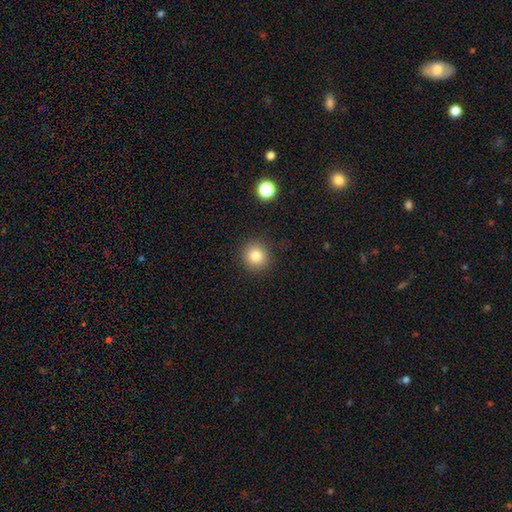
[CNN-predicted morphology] smooth 82%, star or artifact 11%, featured or disk 7%. Down the decision tree: how rounded — round (92%); merging — none (90%).